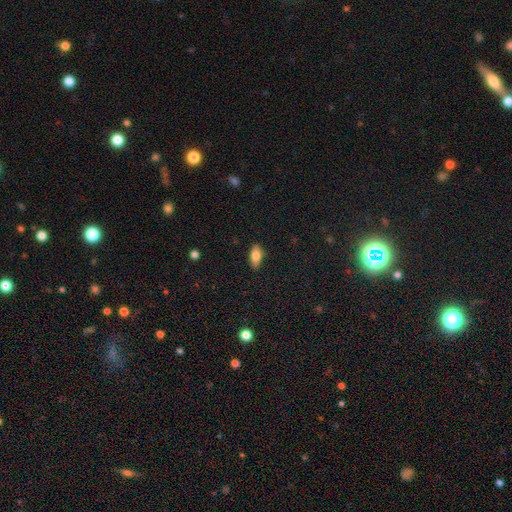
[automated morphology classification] smooth_or_featured: smooth (p=0.77) [alt: featured or disk p=0.16]
how_rounded: in between (p=0.84) [alt: cigar-shaped p=0.12]
merging: none (p=0.85) [alt: minor disturbance p=0.11]